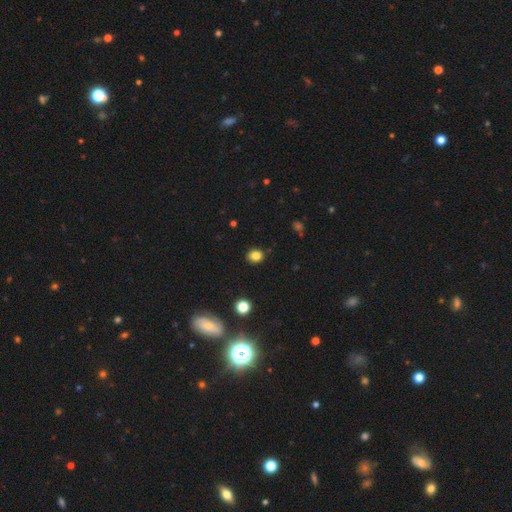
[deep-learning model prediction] Smooth or featured? Predicted: smooth (p=0.83). How rounded? Predicted: round (p=0.63). Merging? Predicted: none (p=0.85).